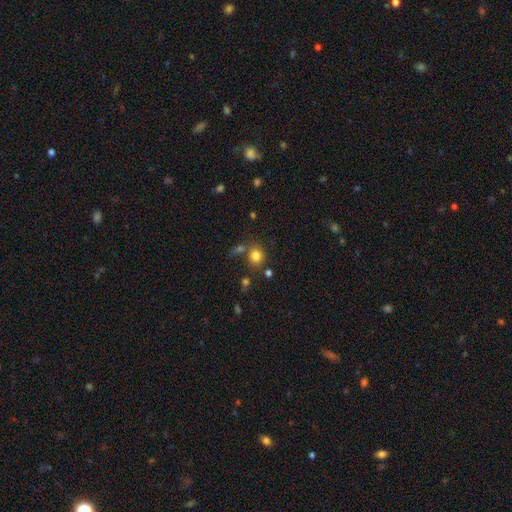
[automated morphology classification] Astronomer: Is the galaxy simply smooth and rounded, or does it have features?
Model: smooth — 79%.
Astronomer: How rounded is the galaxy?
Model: round — 79%.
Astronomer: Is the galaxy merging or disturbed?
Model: none — 67%.